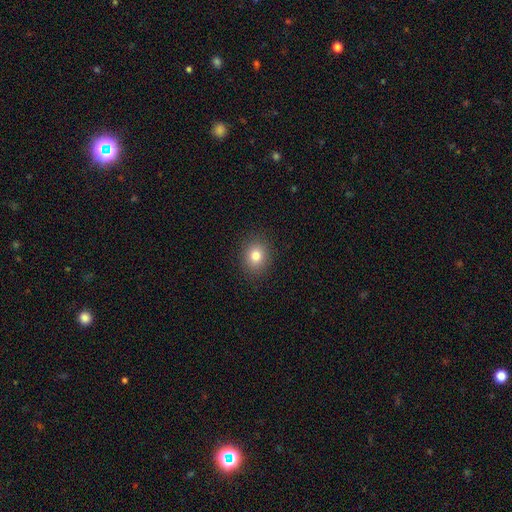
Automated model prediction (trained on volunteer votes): This appears to be a smooth galaxy with no disk features (81%) that is round (60%). Merging: none (89%).